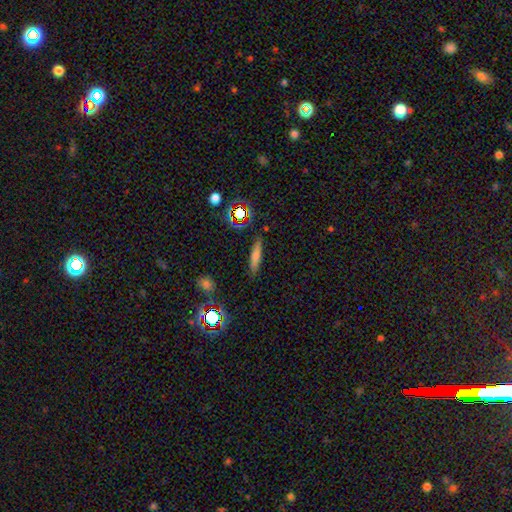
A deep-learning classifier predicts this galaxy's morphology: Overall: smooth (61%; featured or disk 26%). How rounded: cigar-shaped (81%). Merging: none (85%).